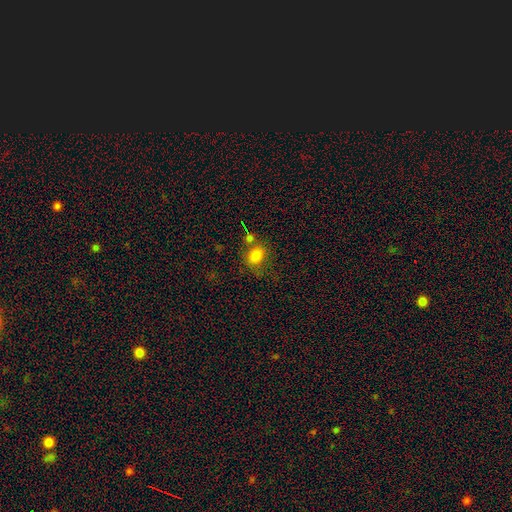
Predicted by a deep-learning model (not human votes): A smooth galaxy with no disk features (80%) that is round (51%).

Vote fractions:
- Smooth or featured? smooth: 80% / star or artifact: 12% / featured or disk: 8%
- How rounded? round: 51% / in between: 47% / cigar-shaped: 1%
- Merging? none: 53% / minor disturbance: 19% / merger: 18% / major disturbance: 10%